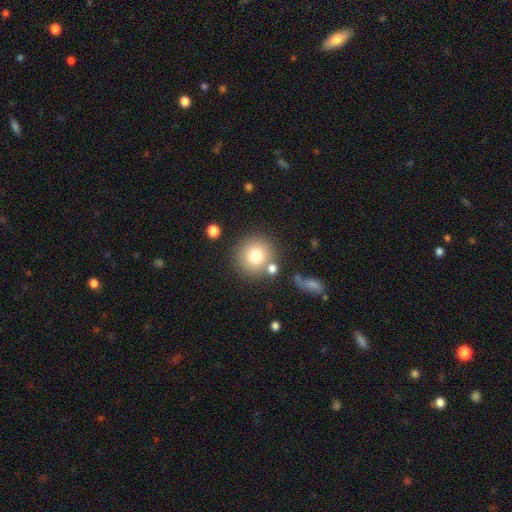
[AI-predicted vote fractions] Smooth or featured? smooth (76%)
How rounded? round (92%)
Merging? none (77%)